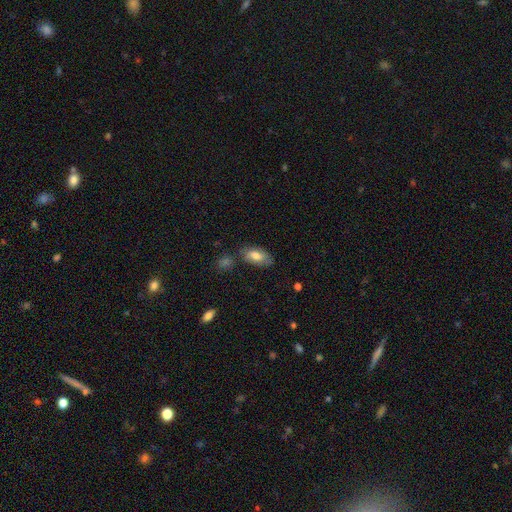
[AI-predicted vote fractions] A smooth galaxy with no disk features (69%) that is in between round and cigar-shaped (92%).

Vote fractions:
- Smooth or featured? smooth: 69% / featured or disk: 24% / star or artifact: 7%
- How rounded? in between: 92% / cigar-shaped: 5% / round: 3%
- Merging? none: 69% / minor disturbance: 21% / merger: 6% / major disturbance: 5%